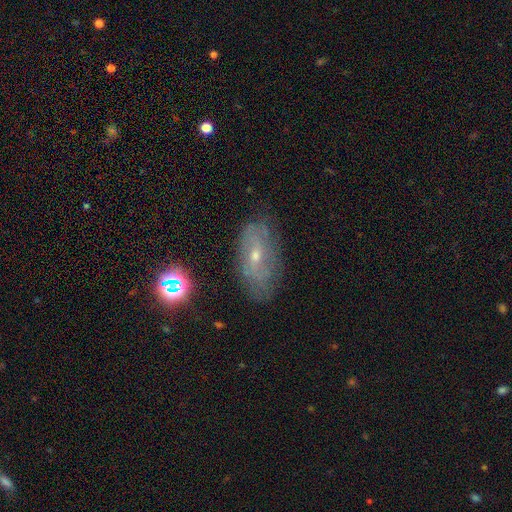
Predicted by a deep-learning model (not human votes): Morphology: type=featured or disk (59%); edge-on=no (87%); bar=no (46%); spiral arms=yes (65%); bulge=small (59%); merging=none (72%).